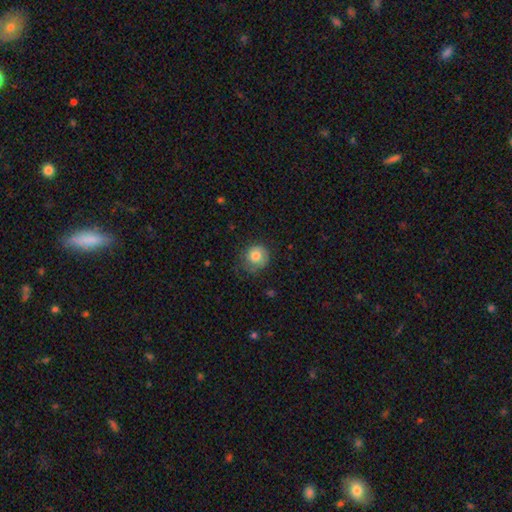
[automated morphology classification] Smooth or featured? smooth (78%)
How rounded? round (88%)
Merging? none (62%)